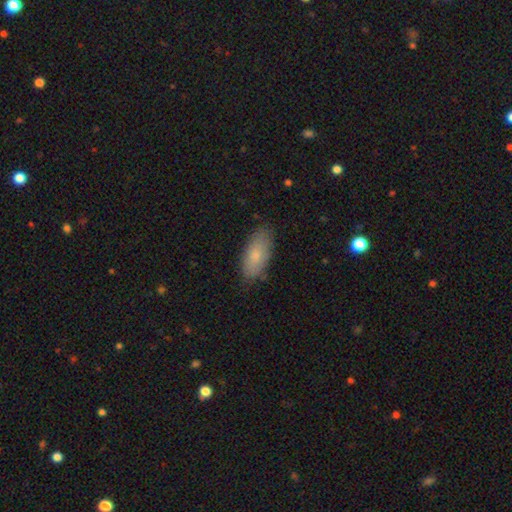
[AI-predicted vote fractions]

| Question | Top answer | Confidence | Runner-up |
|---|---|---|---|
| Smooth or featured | smooth | 80% | featured or disk (14%) |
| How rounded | in between | 88% | cigar-shaped (10%) |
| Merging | none | 81% | minor disturbance (15%) |